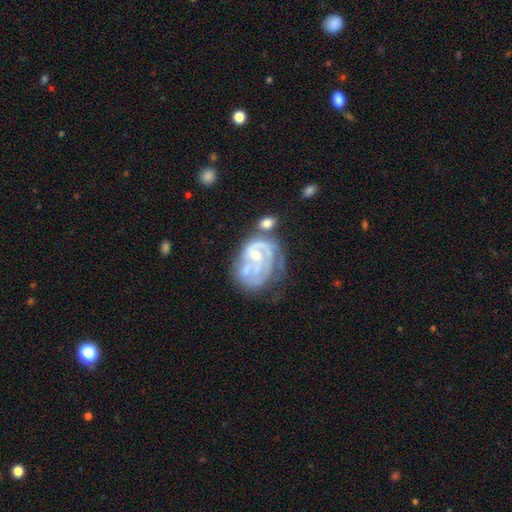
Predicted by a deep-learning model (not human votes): Smooth or featured? Predicted: featured or disk (p=0.79). Edge-on disk? Predicted: no (p=0.98). Bar? Predicted: no (p=0.65). Spiral arms? Predicted: yes (p=0.76). Spiral winding? Predicted: tight (p=0.53). Spiral arm count? Predicted: can't tell (p=0.39). Bulge size? Predicted: small (p=0.55). Merging? Predicted: none (p=0.35).